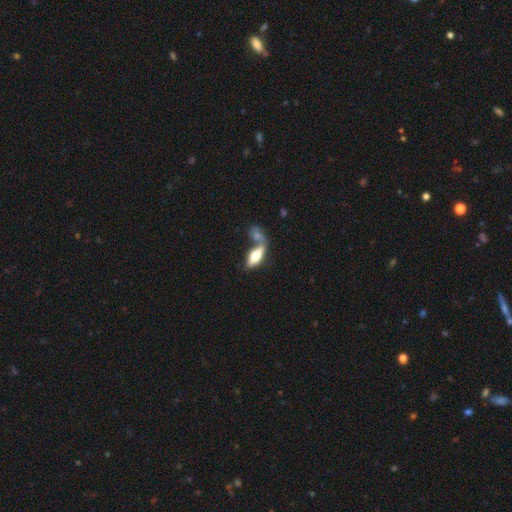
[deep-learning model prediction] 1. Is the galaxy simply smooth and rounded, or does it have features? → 63% smooth, 31% featured or disk, 6% star or artifact.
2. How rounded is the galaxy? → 77% in between, 19% cigar-shaped, 4% round.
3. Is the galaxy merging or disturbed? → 55% merger, 26% none, 10% minor disturbance, 8% major disturbance.